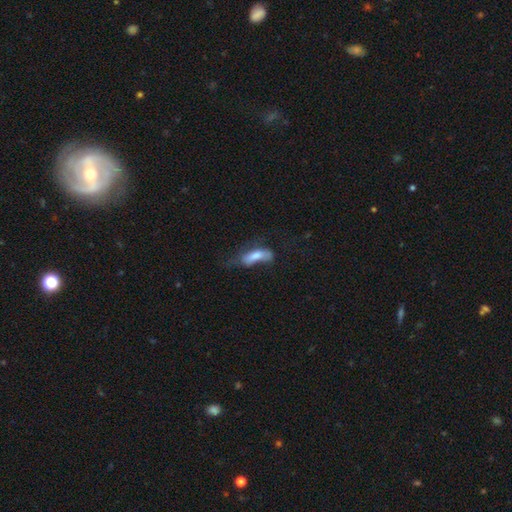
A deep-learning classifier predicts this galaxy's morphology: The model was most divided on "merging": major disturbance: 35%, none: 32%, minor disturbance: 27%, merger: 5%. More confident: smooth or featured — smooth (57%); how rounded — in between (53%).